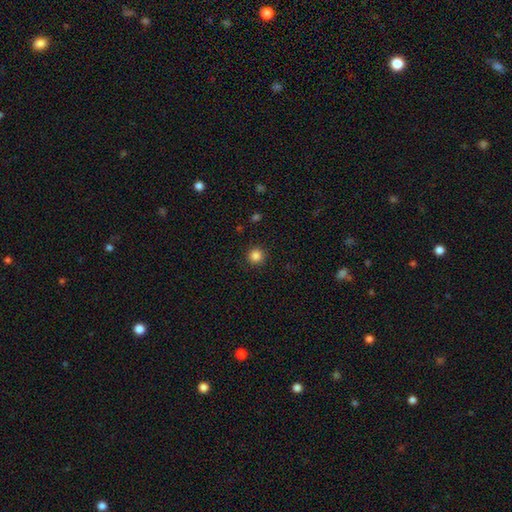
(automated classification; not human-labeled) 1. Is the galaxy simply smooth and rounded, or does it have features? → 85% smooth, 11% star or artifact, 4% featured or disk.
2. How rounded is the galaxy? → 96% round, 4% in between, 1% cigar-shaped.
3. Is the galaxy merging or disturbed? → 92% none, 5% minor disturbance, 2% major disturbance, 1% merger.